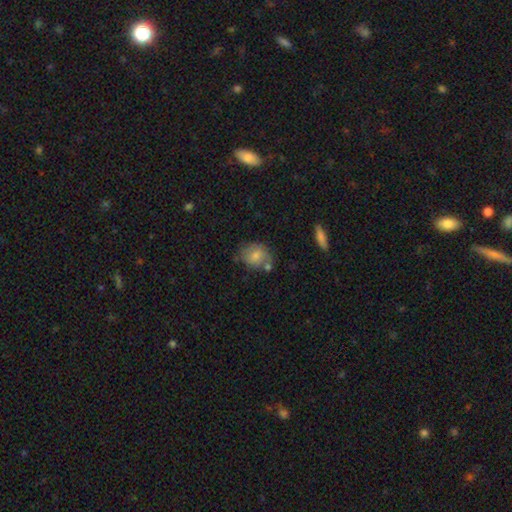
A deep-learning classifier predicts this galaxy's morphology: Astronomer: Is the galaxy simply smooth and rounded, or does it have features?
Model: smooth — 74%.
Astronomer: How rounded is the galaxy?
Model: round — 59% (runner-up: in between, 40%).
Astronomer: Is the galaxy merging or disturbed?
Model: none — 58%.